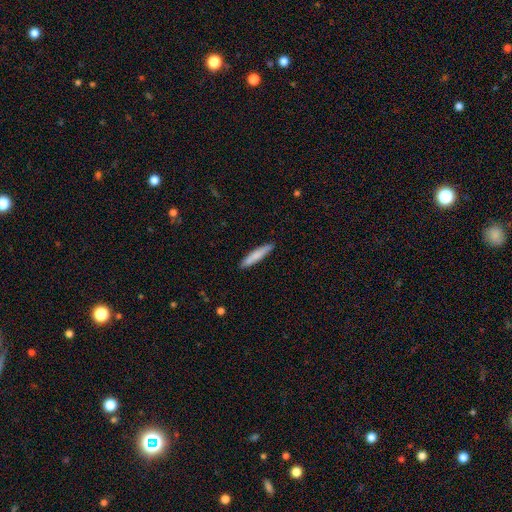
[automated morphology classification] A smooth galaxy with no disk features (80%) that is cigar-shaped (91%). Merging: none (89%).